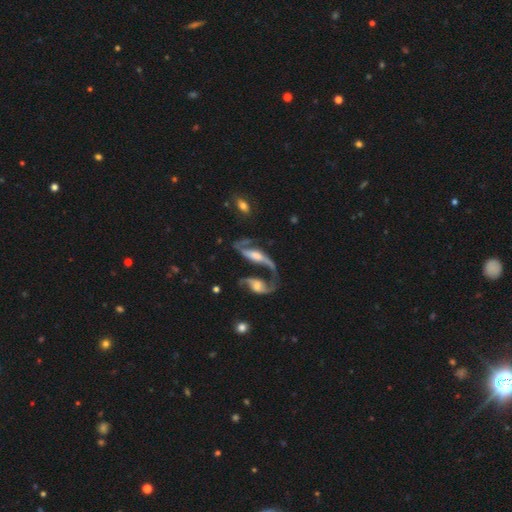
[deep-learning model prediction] Smooth or featured? featured or disk (83%)
Edge-on disk? no (88%)
Bar? no (38%)
Spiral arms? yes (92%)
Spiral winding? loose (69%)
Spiral arm count? 2 (86%)
Bulge size? moderate (38%)
Merging? merger (42%)